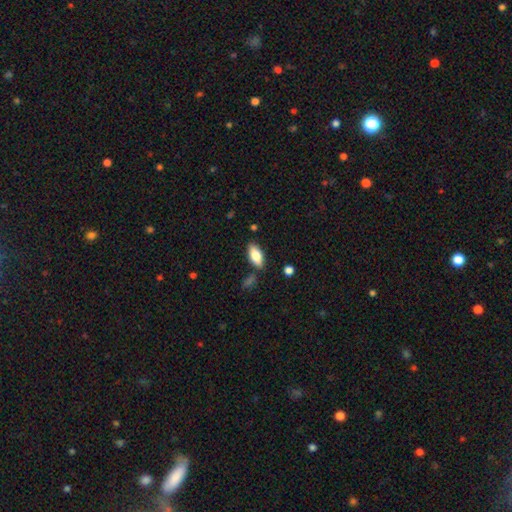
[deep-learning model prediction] Smooth or featured: smooth — 78% (featured or disk — 16%)
How rounded: in between — 86% (cigar-shaped — 12%)
Merging: none — 82% (minor disturbance — 12%)